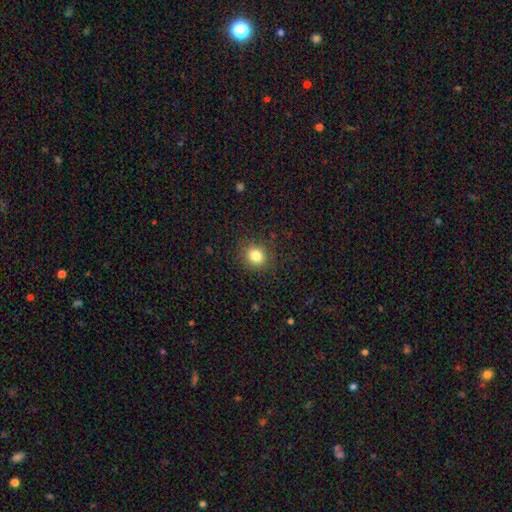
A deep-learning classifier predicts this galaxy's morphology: smooth_or_featured: smooth (p=0.82) [alt: star or artifact p=0.12]
how_rounded: round (p=0.76) [alt: in between p=0.23]
merging: none (p=0.86) [alt: minor disturbance p=0.09]